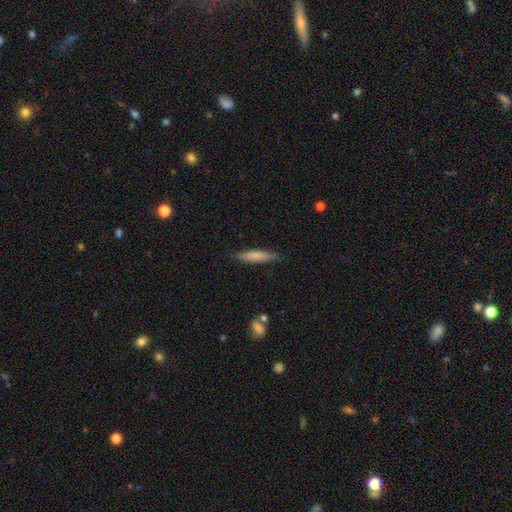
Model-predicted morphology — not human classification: This is likely a smooth galaxy (69%). How rounded: clearly cigar-shaped (86%). Merging: clearly none (84%).